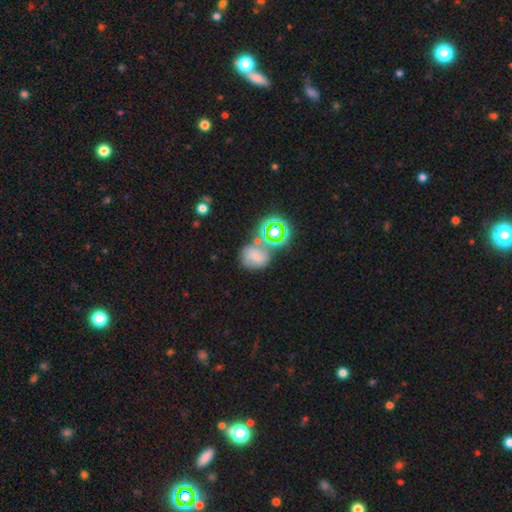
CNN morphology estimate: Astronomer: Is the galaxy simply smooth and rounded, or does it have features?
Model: smooth — 53%.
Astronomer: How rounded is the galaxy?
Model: round — 63%.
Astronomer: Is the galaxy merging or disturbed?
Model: none — 45% (runner-up: merger, 27%).